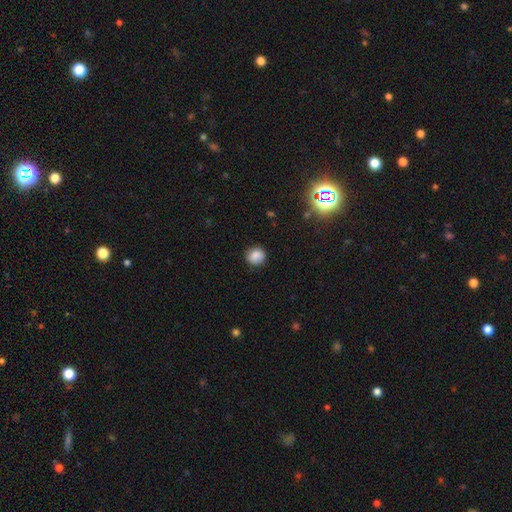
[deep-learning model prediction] Smooth or featured: smooth — 85% (star or artifact — 10%)
How rounded: round — 88% (in between — 11%)
Merging: none — 87% (minor disturbance — 10%)